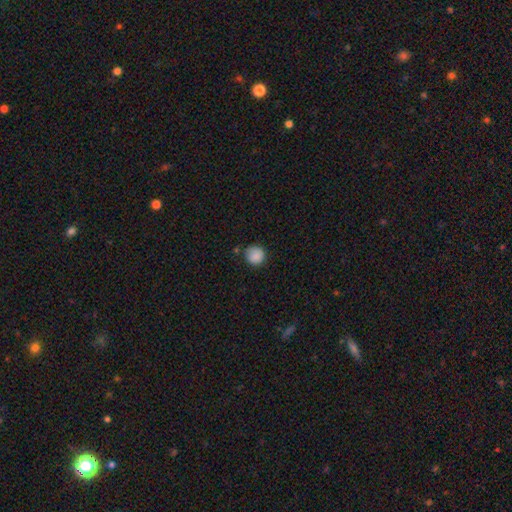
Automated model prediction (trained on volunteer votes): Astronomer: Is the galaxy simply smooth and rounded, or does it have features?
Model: smooth — 88%.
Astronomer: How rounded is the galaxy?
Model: round — 93%.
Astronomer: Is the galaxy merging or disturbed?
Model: none — 78%.